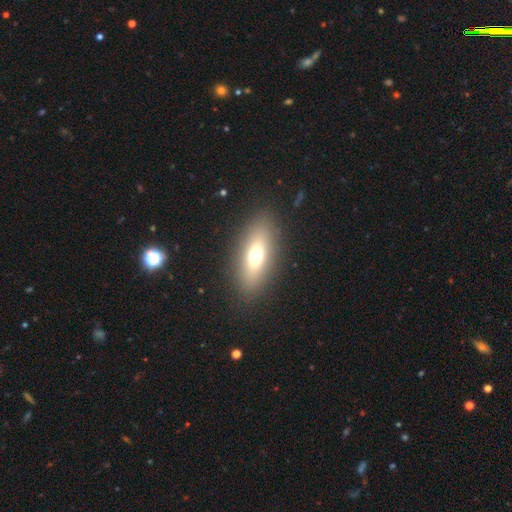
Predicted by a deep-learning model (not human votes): Smooth or featured: smooth — 67% (featured or disk — 22%)
How rounded: in between — 74% (cigar-shaped — 19%)
Merging: none — 87% (minor disturbance — 8%)